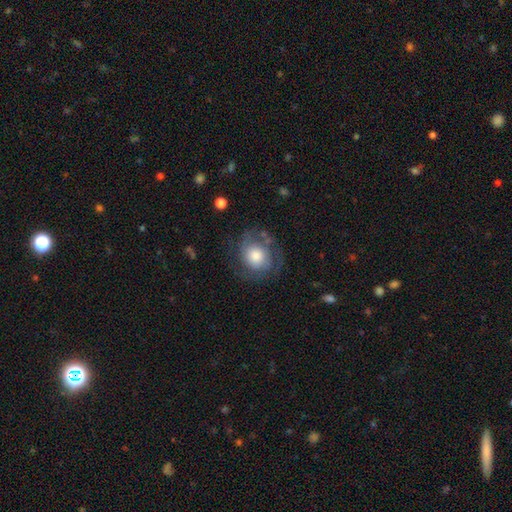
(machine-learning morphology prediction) Smooth or featured: featured or disk — 54% (smooth — 38%)
Edge-on disk: no — 98% (yes — 2%)
Bar: no — 82% (weak — 16%)
Spiral arms: yes — 80% (no — 20%)
Bulge size: large — 46% (moderate — 37%)
Merging: none — 65% (minor disturbance — 19%)